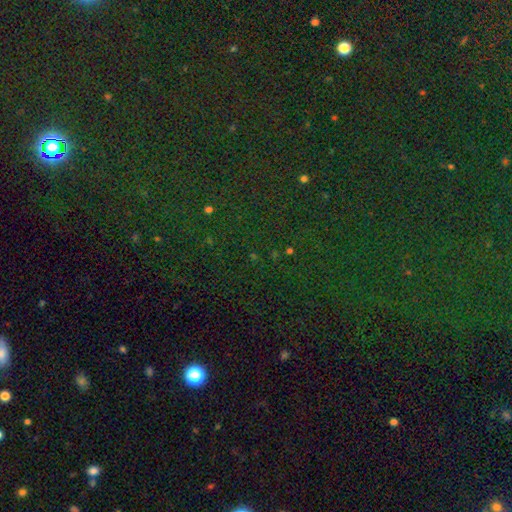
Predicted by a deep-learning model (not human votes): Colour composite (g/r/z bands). It shows a star or artifact, not a galaxy (82%).